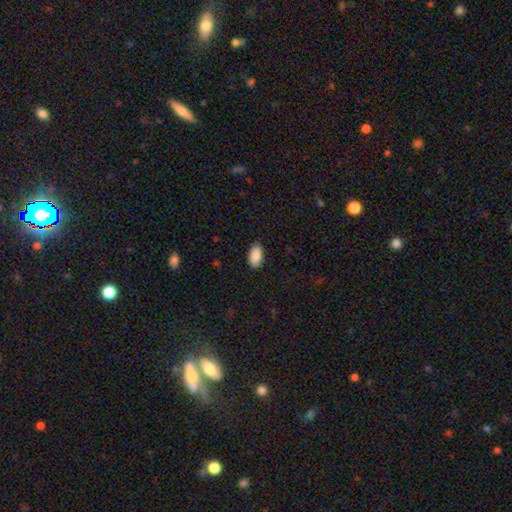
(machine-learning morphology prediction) smooth_or_featured: smooth (p=0.90) [alt: star or artifact p=0.06]
how_rounded: in between (p=0.95) [alt: round p=0.03]
merging: none (p=0.89) [alt: minor disturbance p=0.08]